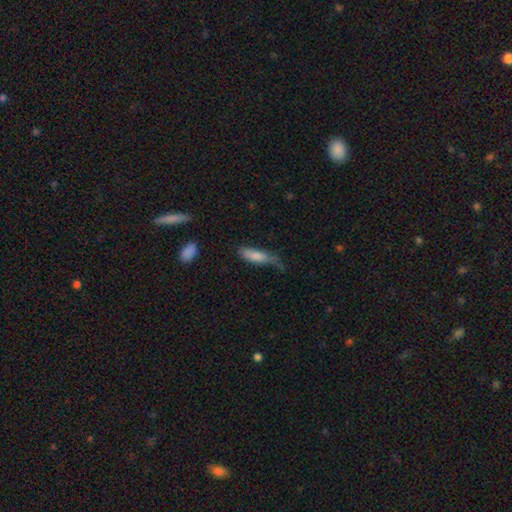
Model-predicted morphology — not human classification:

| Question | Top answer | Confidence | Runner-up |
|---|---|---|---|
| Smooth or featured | smooth | 81% | featured or disk (13%) |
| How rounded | cigar-shaped | 53% | in between (45%) |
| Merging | minor disturbance | 40% | none (36%) |